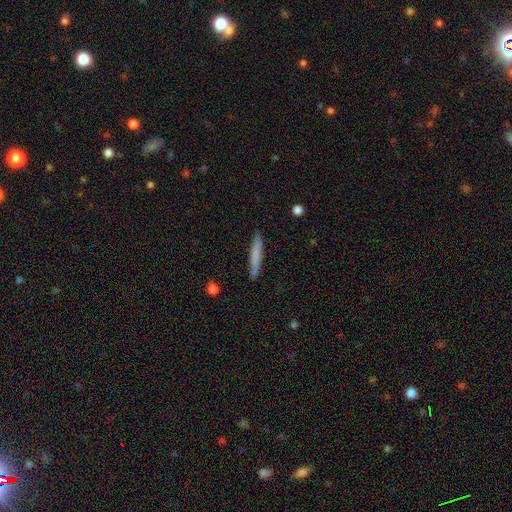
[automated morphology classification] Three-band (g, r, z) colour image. It shows a smooth galaxy with no disk features (72%) that is cigar-shaped (95%). Merging: none (87%).